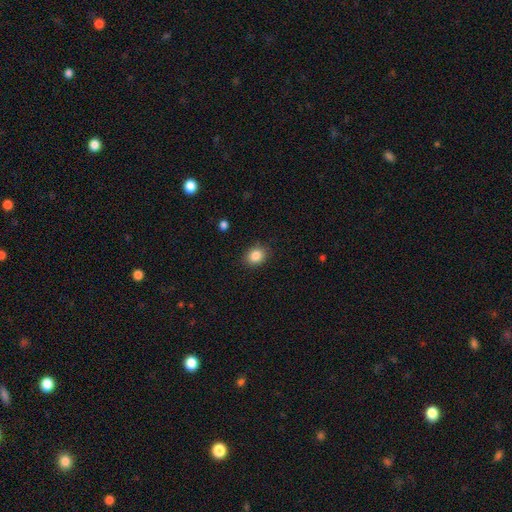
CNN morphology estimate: Overall: smooth (86%). How rounded: round (51%; in between 48%). Merging: none (87%).